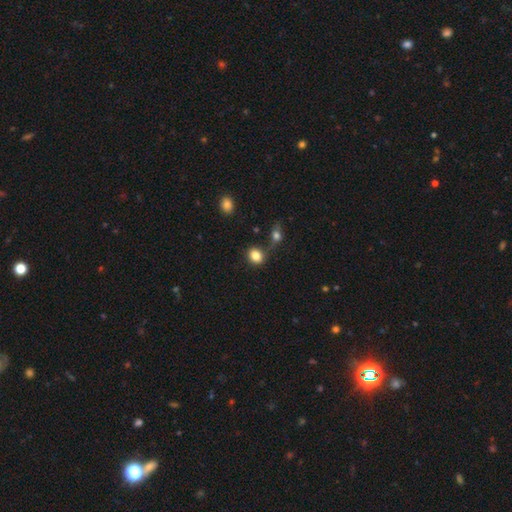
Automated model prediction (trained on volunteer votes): Smooth or featured?
  - smooth: 84% *
  - star or artifact: 10%
  - featured or disk: 6%
How rounded?
  - round: 58% *
  - in between: 41%
  - cigar-shaped: 1%
Merging?
  - none: 65% *
  - merger: 15%
  - minor disturbance: 15%
  - major disturbance: 6%